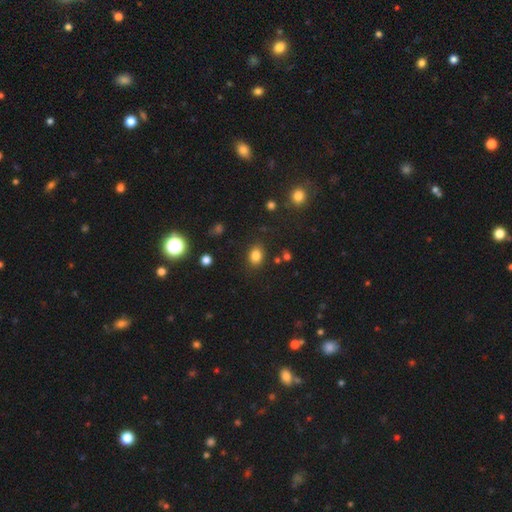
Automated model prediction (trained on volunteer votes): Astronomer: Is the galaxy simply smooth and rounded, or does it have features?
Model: smooth — 82%.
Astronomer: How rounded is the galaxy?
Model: in between — 59% (runner-up: round, 40%).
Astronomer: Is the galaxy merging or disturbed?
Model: none — 83%.